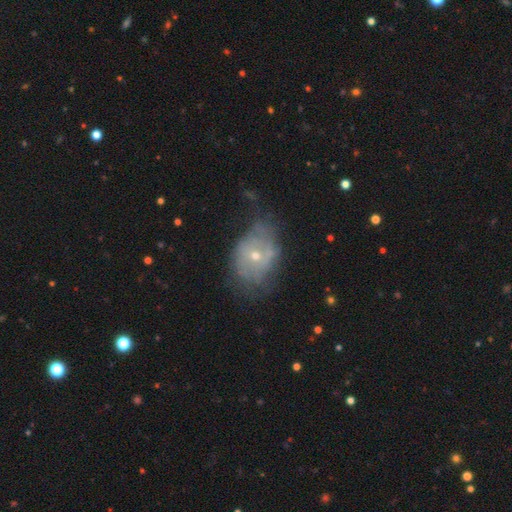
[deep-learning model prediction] Smooth or featured? featured or disk (55%)
Edge-on disk? no (95%)
Bar? no (80%)
Spiral arms? no (58%)
Bulge size? small (56%)
Merging? none (42%)